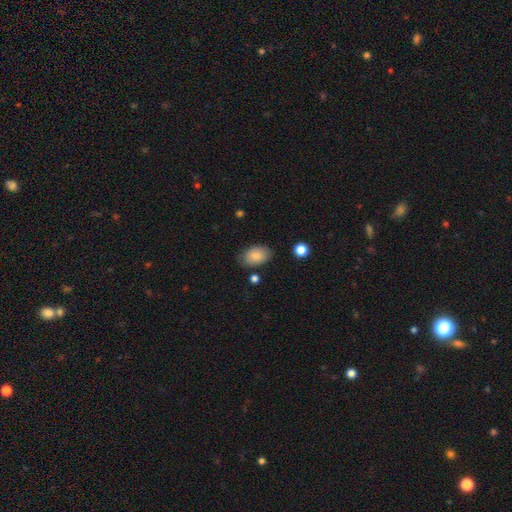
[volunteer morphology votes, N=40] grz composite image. It shows a smooth galaxy with no disk features (78%) that is in between round and cigar-shaped (90%). Merging: none (81%).